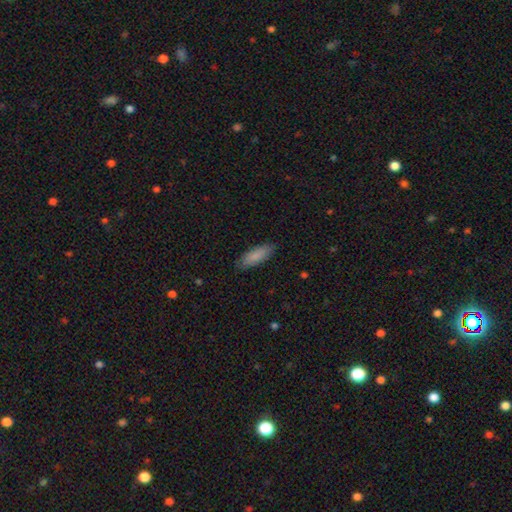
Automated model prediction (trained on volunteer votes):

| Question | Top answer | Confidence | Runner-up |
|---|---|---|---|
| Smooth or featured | smooth | 87% | featured or disk (8%) |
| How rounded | in between | 58% | cigar-shaped (40%) |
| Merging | none | 86% | minor disturbance (11%) |